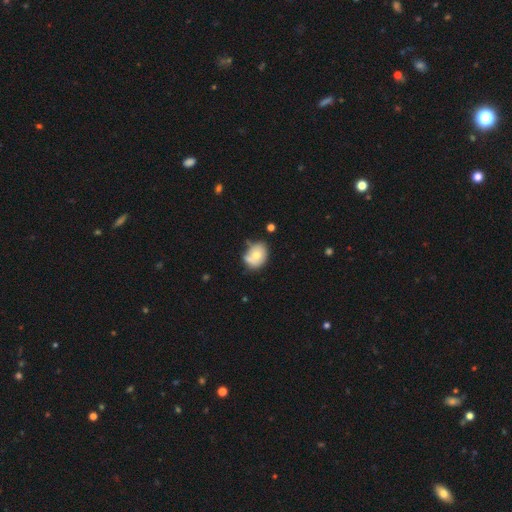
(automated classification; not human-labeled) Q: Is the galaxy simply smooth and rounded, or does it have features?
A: smooth — 65%.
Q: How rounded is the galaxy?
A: in between — 50%.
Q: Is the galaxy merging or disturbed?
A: none — 50%.